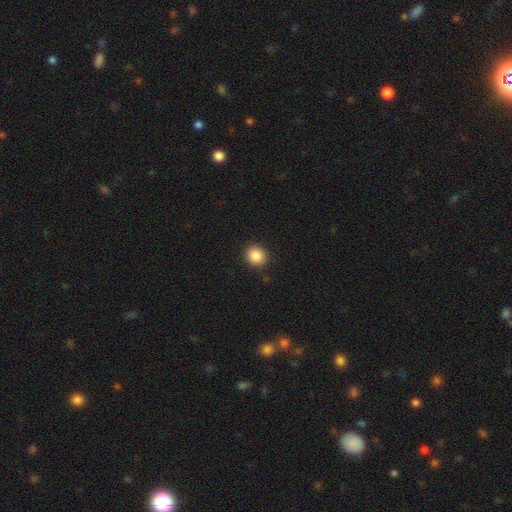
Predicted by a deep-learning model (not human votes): A smooth galaxy with no disk features (87%) that is round (79%). Merging: none (90%).